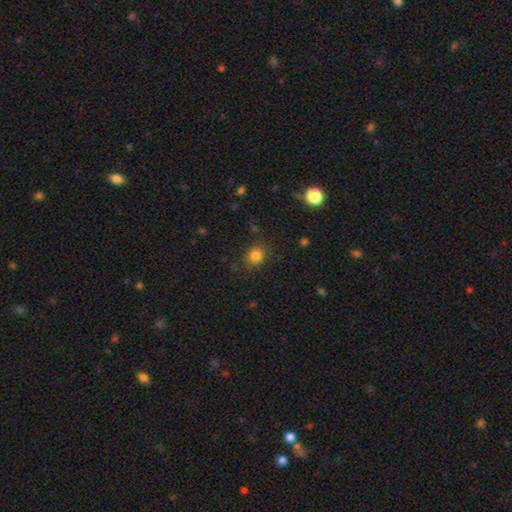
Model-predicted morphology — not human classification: smooth_or_featured: smooth (p=0.82) [alt: star or artifact p=0.13]
how_rounded: round (p=0.80) [alt: in between p=0.19]
merging: none (p=0.81) [alt: minor disturbance p=0.12]